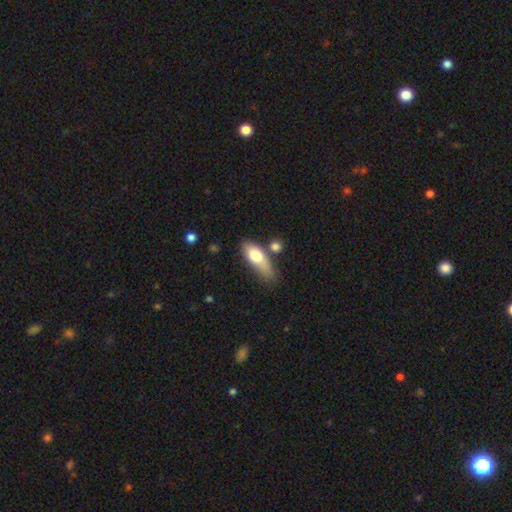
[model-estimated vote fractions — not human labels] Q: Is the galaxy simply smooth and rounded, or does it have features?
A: smooth — 70%.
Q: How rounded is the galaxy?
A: in between — 69%.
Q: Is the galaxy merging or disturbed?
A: none — 50%.